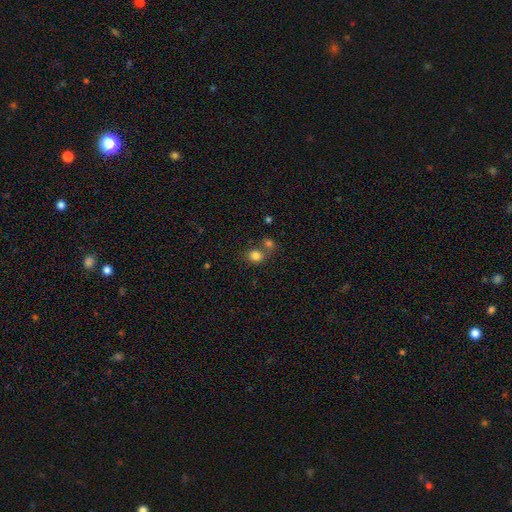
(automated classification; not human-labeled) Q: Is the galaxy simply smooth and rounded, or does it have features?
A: smooth — 80%.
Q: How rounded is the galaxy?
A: round — 74%.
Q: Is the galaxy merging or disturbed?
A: none — 46%.